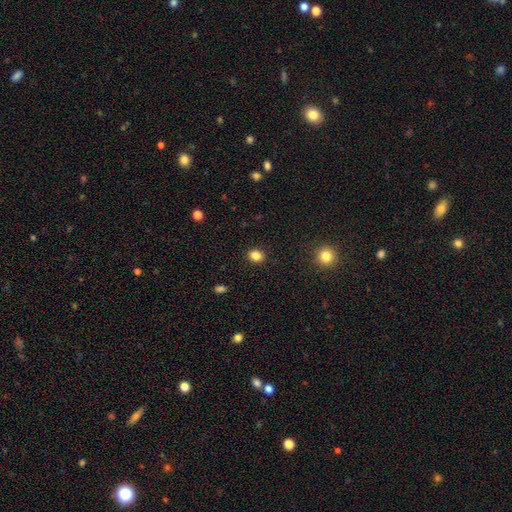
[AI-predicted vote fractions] Smooth or featured: smooth — 84% (star or artifact — 12%)
How rounded: round — 65% (in between — 34%)
Merging: none — 90% (minor disturbance — 6%)